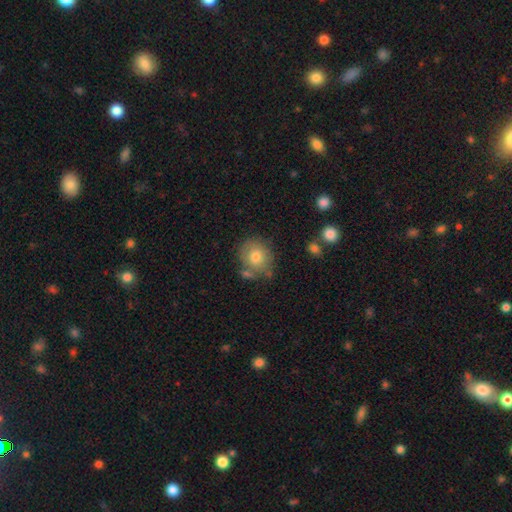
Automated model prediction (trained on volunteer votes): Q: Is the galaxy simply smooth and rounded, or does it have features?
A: smooth — 75%.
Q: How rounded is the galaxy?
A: round — 84%.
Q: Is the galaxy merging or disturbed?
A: none — 70%.